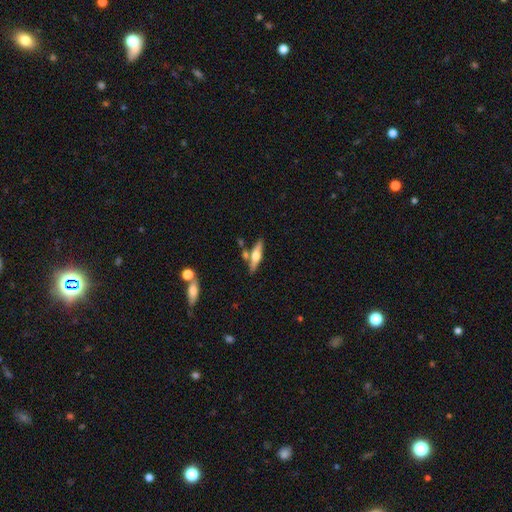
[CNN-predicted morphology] This appears to be a featured or disk galaxy (60%) viewed edge-on (94%) with a rounded central bulge (93%). Merging: none (74%).